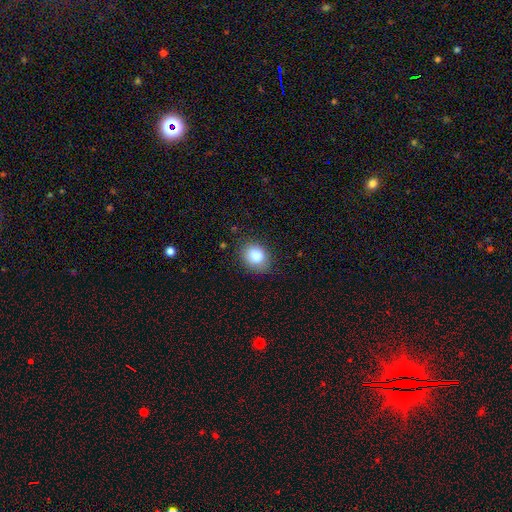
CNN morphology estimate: A smooth galaxy with no disk features (85%) that is in between round and cigar-shaped (54%). Merging: none (81%).